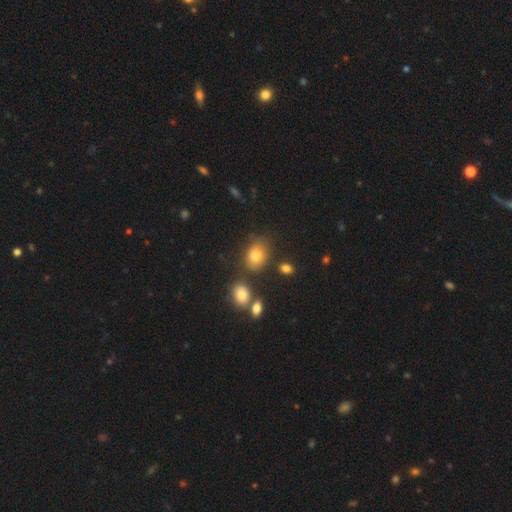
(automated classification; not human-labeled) Morphology: type=smooth (76%); roundness=in between (66%); merging=none (73%).